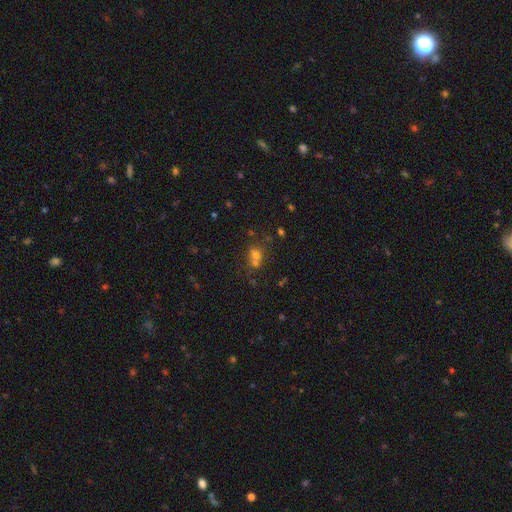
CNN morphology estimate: Smooth or featured: smooth — 55% (star or artifact — 29%)
How rounded: round — 68% (in between — 31%)
Merging: merger — 45% (none — 42%)